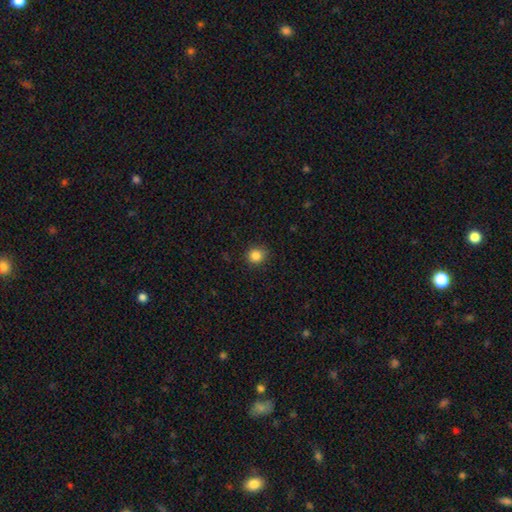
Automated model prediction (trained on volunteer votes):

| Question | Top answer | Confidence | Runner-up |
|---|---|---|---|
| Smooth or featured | smooth | 85% | star or artifact (11%) |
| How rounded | round | 86% | in between (13%) |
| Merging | none | 88% | minor disturbance (9%) |